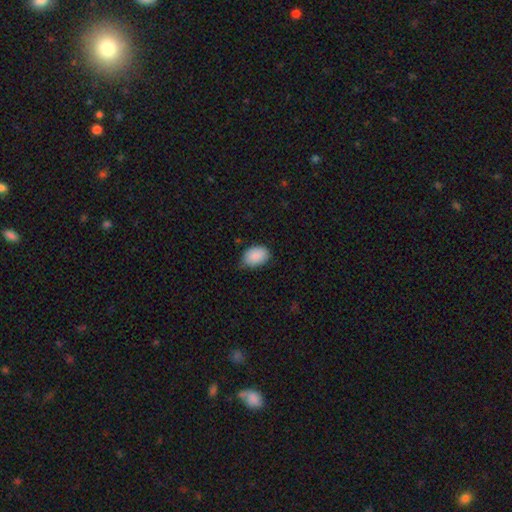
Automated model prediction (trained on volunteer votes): Overall: smooth (88%). How rounded: in between (84%). Merging: none (71%).